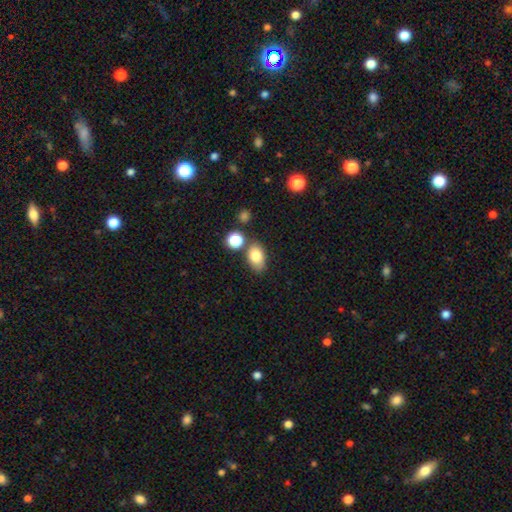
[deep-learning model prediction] Overall: smooth (80%). How rounded: in between (85%). Merging: none (70%).